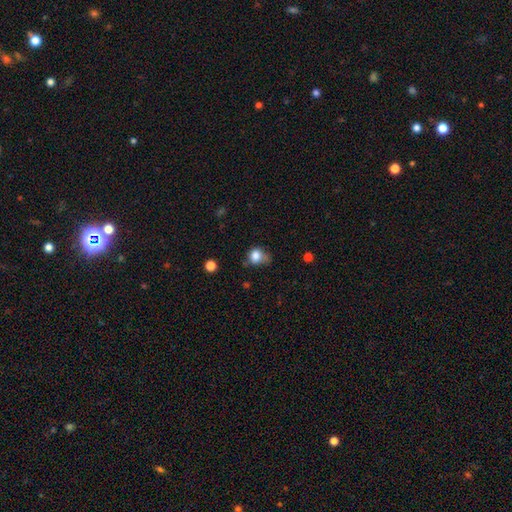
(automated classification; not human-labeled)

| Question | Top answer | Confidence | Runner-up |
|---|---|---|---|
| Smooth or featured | smooth | 81% | star or artifact (10%) |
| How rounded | round | 69% | in between (30%) |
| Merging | none | 41% | minor disturbance (37%) |